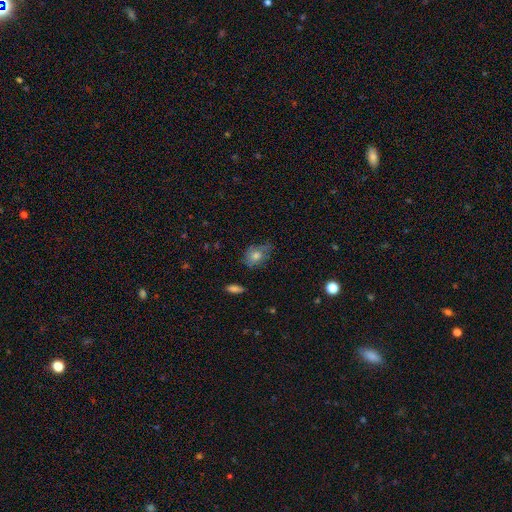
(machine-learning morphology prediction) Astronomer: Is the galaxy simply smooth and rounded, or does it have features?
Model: smooth — 60%.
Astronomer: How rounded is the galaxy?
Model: in between — 62%.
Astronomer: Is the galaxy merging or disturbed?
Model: none — 61%.